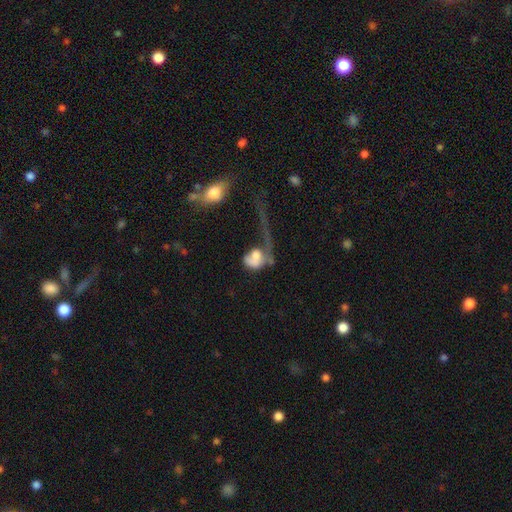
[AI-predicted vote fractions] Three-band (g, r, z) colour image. It shows a smooth galaxy with no disk features (52%) that is in between round and cigar-shaped (57%). Merging: major disturbance (59%).